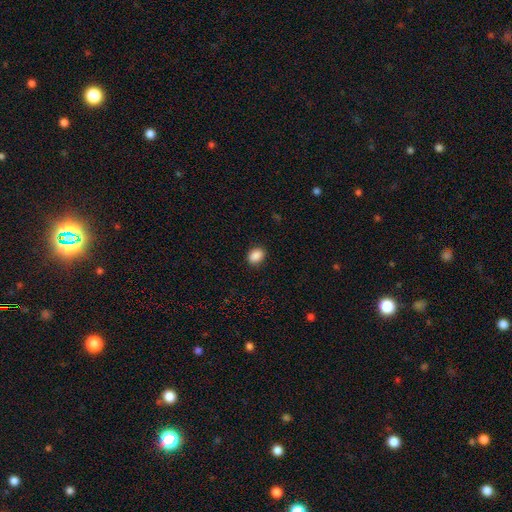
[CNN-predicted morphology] This appears to be a smooth galaxy with no disk features (89%) that is in between round and cigar-shaped (70%). Merging: none (89%).